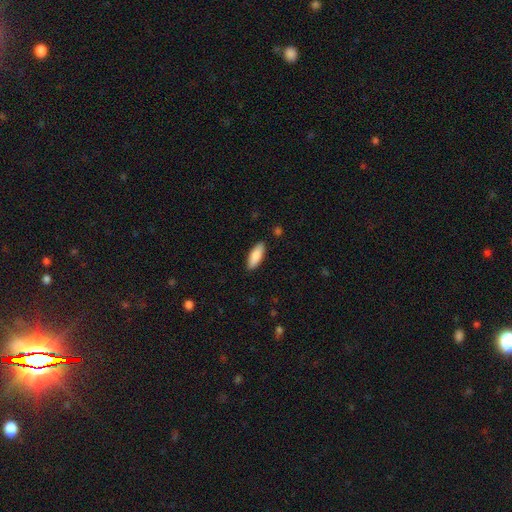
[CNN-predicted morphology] Overall: smooth (86%). How rounded: in between (71%). Merging: none (89%).